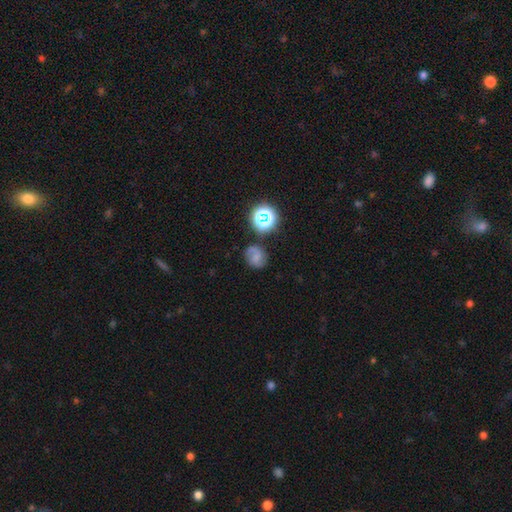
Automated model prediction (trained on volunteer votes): smooth-or-featured: featured or disk: 42% (tied) | smooth: 42% (tied) | star or artifact: 16%
  merging: none: 71% | minor disturbance: 18% | major disturbance: 6% | merger: 5%